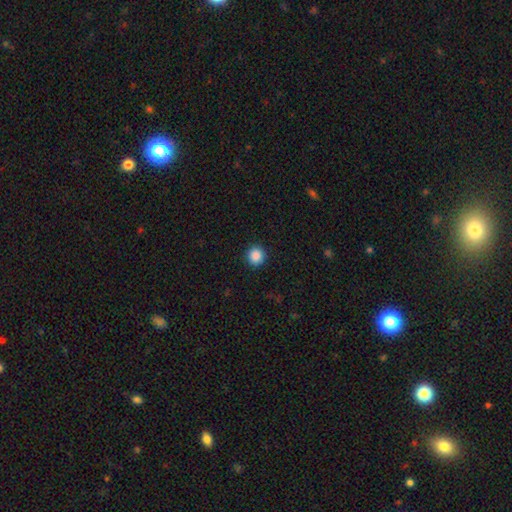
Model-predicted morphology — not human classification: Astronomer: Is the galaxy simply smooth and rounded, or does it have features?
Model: smooth — 88%.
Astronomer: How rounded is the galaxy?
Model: round — 92%.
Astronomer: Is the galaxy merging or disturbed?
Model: none — 92%.